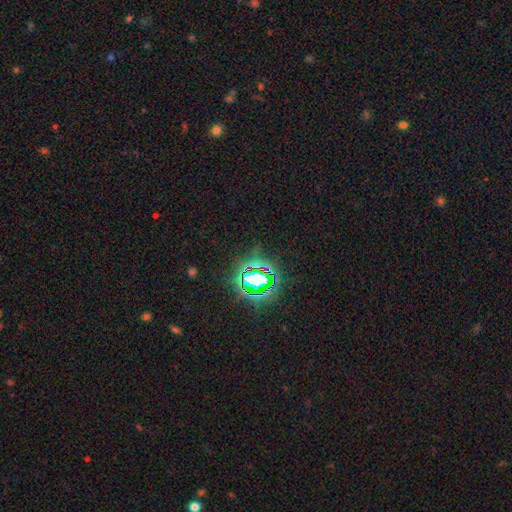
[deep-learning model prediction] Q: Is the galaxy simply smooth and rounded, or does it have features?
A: star or artifact — 80%.